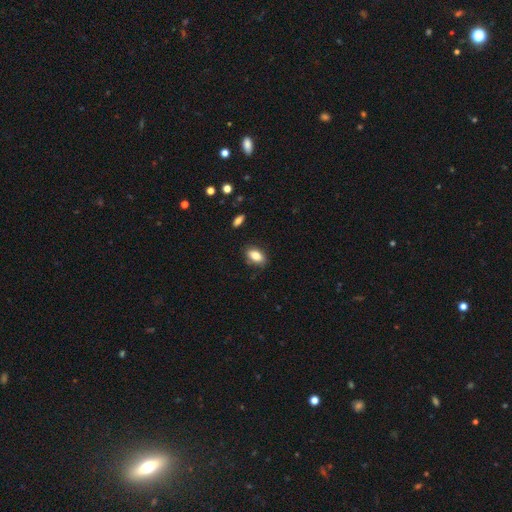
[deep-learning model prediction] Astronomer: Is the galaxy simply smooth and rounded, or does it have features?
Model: smooth — 82%.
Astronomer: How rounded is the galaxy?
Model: in between — 90%.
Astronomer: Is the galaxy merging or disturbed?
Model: none — 83%.